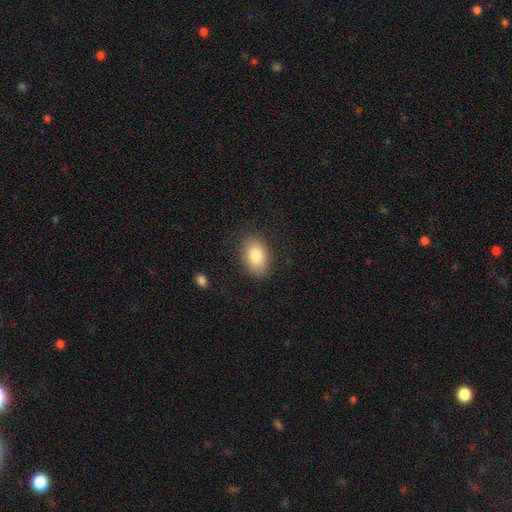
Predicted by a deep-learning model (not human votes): This is clearly a smooth galaxy (83%). How rounded: clearly in between (88%). Merging: clearly none (86%).